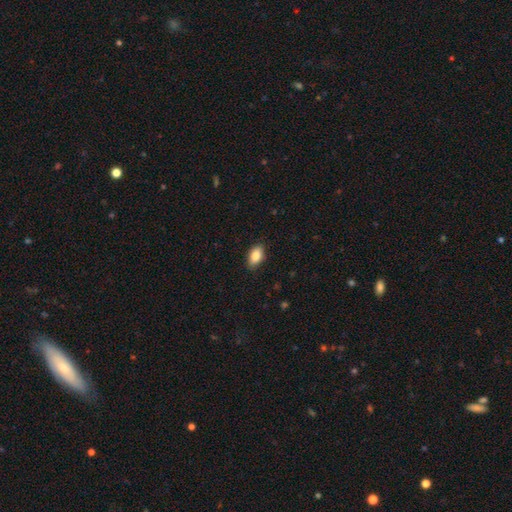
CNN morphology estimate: A smooth galaxy with no disk features (85%) that is in between round and cigar-shaped (91%). Merging: none (88%).